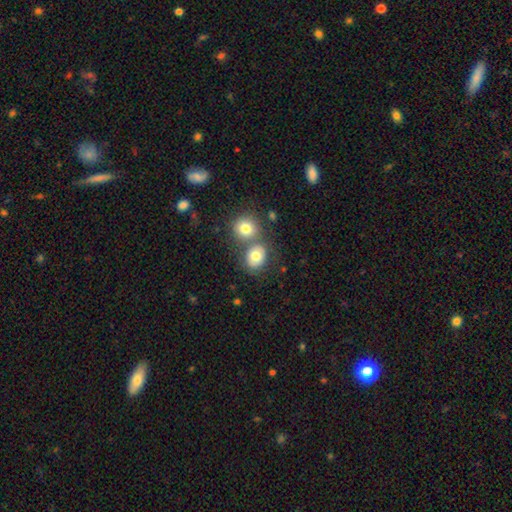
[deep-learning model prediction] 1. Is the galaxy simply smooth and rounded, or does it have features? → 77% smooth, 13% featured or disk, 10% star or artifact.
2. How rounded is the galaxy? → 56% round, 43% in between, 1% cigar-shaped.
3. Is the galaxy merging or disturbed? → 52% none, 33% merger, 11% minor disturbance, 4% major disturbance.